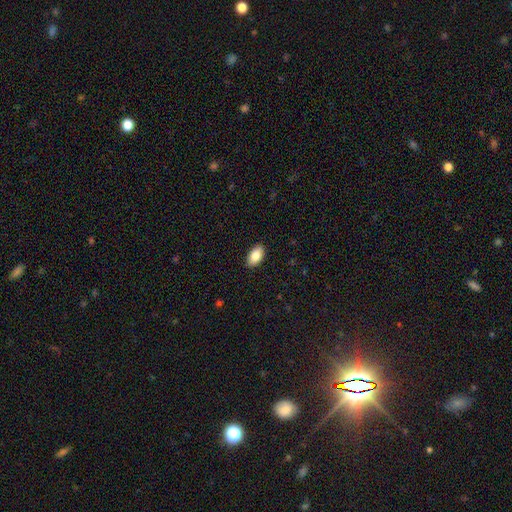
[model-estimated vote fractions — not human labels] smooth-or-featured: smooth: 84% | featured or disk: 9% | star or artifact: 7%
  how-rounded: in between: 94% | round: 3% | cigar-shaped: 3%
  merging: none: 90% | minor disturbance: 8% | major disturbance: 2% | merger: 1%